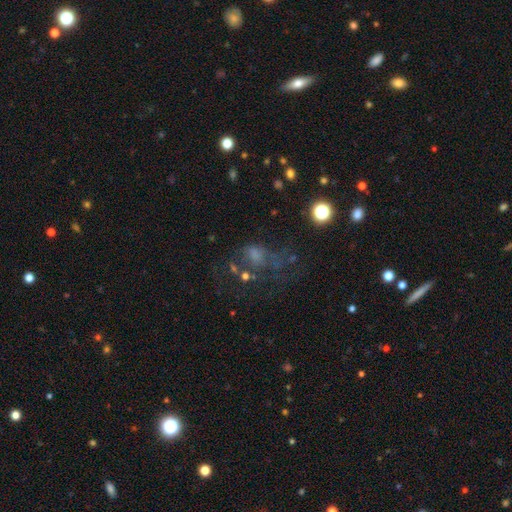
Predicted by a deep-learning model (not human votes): A smooth galaxy with no disk features (40%). Merging: major disturbance (37%).